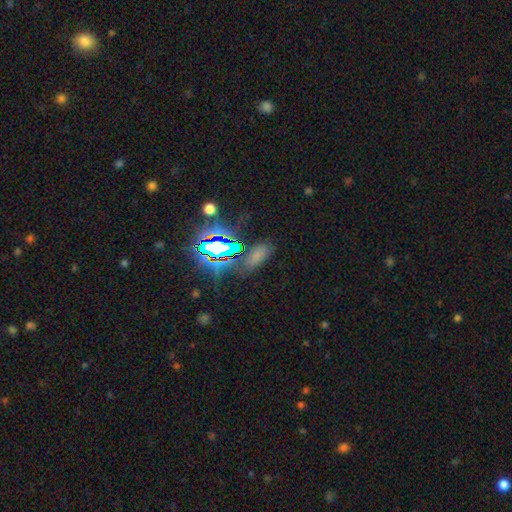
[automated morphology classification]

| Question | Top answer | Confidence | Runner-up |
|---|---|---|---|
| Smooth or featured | smooth | 45% | tied: star or artifact (45%) |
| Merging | none | 75% | minor disturbance (14%) |